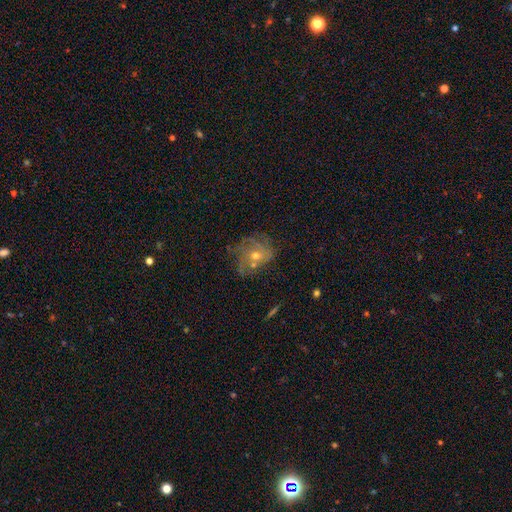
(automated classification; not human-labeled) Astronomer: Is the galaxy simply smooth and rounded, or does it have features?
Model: featured or disk — 61%.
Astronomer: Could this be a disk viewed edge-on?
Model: no — 97%.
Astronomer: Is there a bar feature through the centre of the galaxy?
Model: no — 82%.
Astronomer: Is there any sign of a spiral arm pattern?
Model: yes — 66%.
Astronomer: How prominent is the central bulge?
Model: moderate — 54% (runner-up: small, 40%).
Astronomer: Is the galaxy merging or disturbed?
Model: none — 47%.